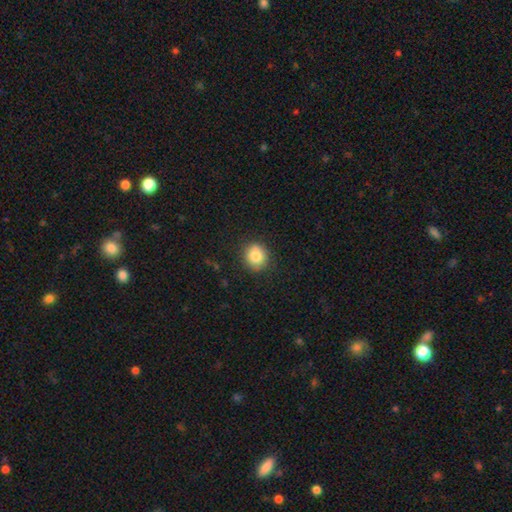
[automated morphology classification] The model was most divided on "how rounded": round: 85%, in between: 14%, cigar-shaped: 1%. More confident: merging — none (85%); smooth or featured — smooth (82%).